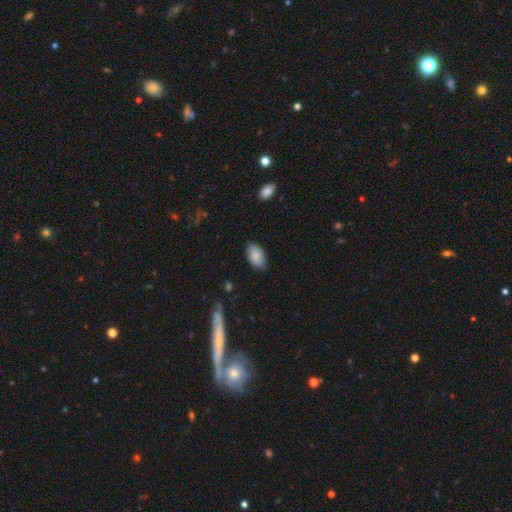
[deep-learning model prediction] Overall: smooth (87%). How rounded: in between (94%). Merging: none (81%).